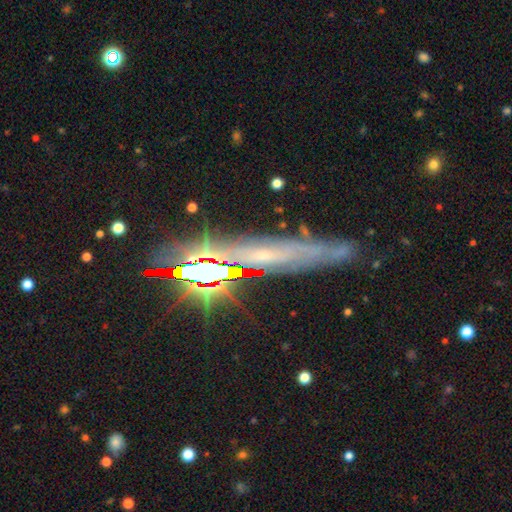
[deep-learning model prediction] A featured or disk galaxy (44%).

Vote fractions:
- Smooth or featured? featured or disk: 44% / star or artifact: 38% / smooth: 18%
- Merging? none: 78% / minor disturbance: 12% / major disturbance: 5% / merger: 5%